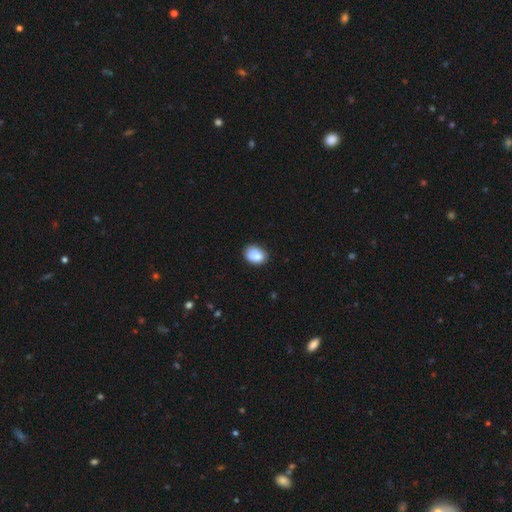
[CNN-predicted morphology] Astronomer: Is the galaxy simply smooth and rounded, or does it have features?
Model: smooth — 77%.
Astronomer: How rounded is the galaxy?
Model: in between — 68%.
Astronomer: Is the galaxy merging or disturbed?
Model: none — 64%.